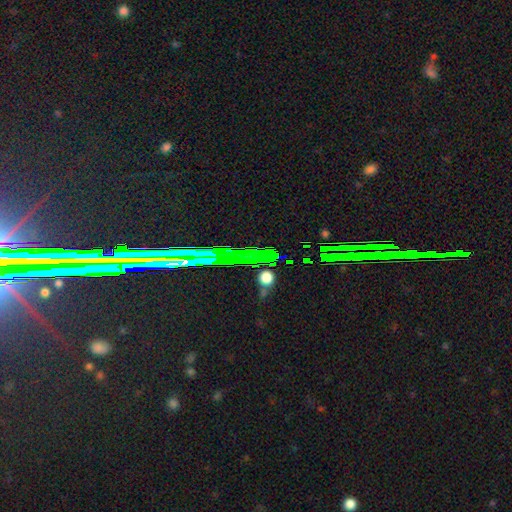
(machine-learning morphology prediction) Smooth or featured? star or artifact (58%)